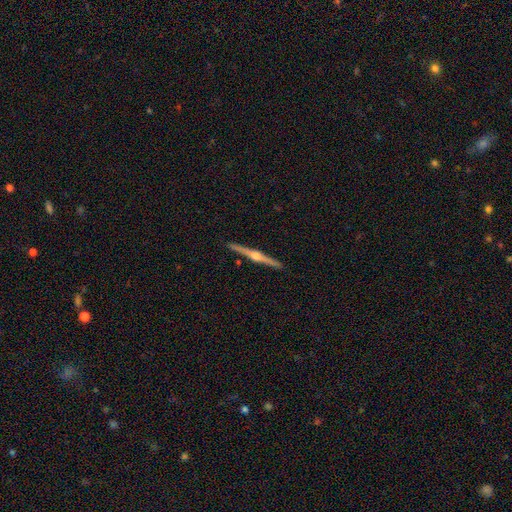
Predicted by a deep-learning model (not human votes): Smooth or featured?
  - featured or disk: 85% *
  - smooth: 10%
  - star or artifact: 5%
Edge-on disk?
  - yes: 99% *
  - no: 1%
Edge-on bulge?
  - rounded: 93% *
  - boxy: 4%
  - none: 3%
Merging?
  - none: 93% *
  - minor disturbance: 5%
  - major disturbance: 1%
  - merger: 1%